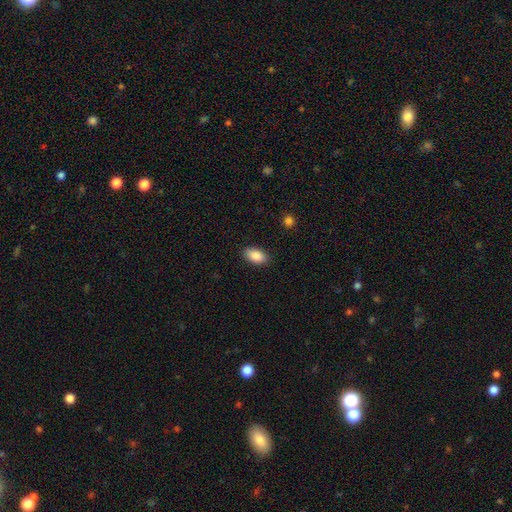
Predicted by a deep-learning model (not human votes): Smooth or featured: smooth — 88% (star or artifact — 7%)
How rounded: in between — 93% (round — 5%)
Merging: none — 88% (minor disturbance — 8%)